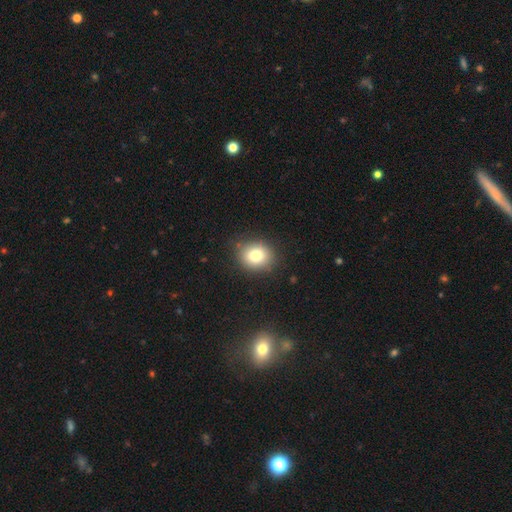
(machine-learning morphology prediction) A smooth galaxy with no disk features (78%) that is round (67%).

Vote fractions:
- Smooth or featured? smooth: 78% / star or artifact: 11% / featured or disk: 10%
- How rounded? round: 67% / in between: 32% / cigar-shaped: 1%
- Merging? none: 85% / minor disturbance: 10% / major disturbance: 3% / merger: 1%